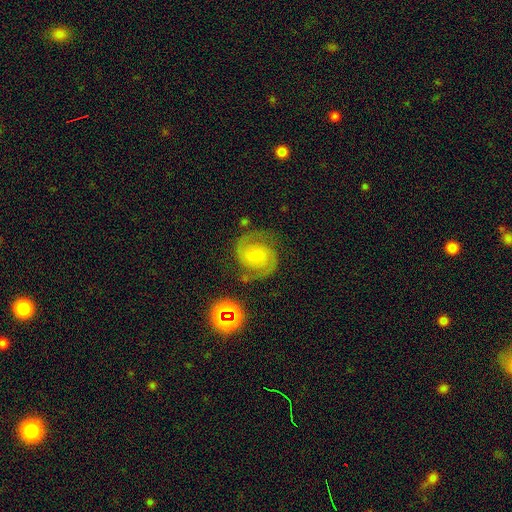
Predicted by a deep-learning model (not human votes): featured or disk 84%, smooth 8%, star or artifact 8%. Down the decision tree: edge-on disk — no (98%); bar — no (62%); spiral arms — yes (98%); spiral arm count — 2 (93%); spiral winding — medium (54%); bulge size — small (59%); merging — none (78%).